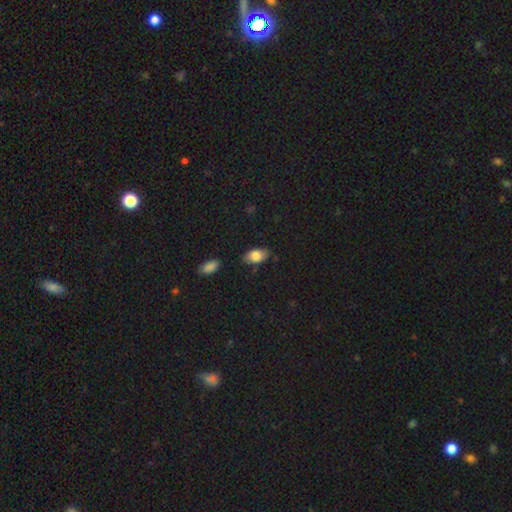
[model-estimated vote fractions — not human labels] This is clearly a smooth galaxy (81%). How rounded: clearly in between (91%). Merging: likely none (78%).